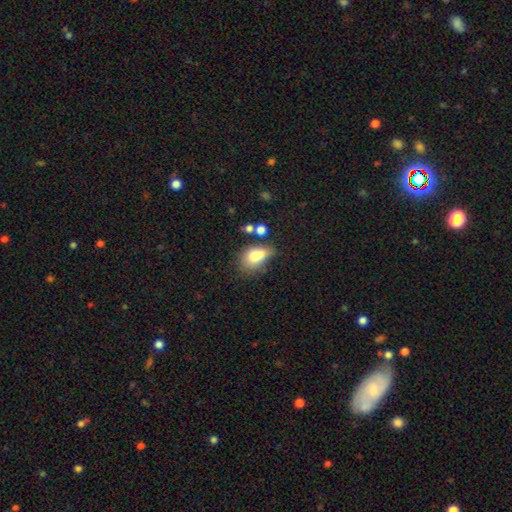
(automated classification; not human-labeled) Q: Smooth or featured?
A: smooth (77%); runner-up: featured or disk (13%)
Q: How rounded?
A: in between (81%); runner-up: round (16%)
Q: Merging?
A: none (36%); runner-up: minor disturbance (28%)